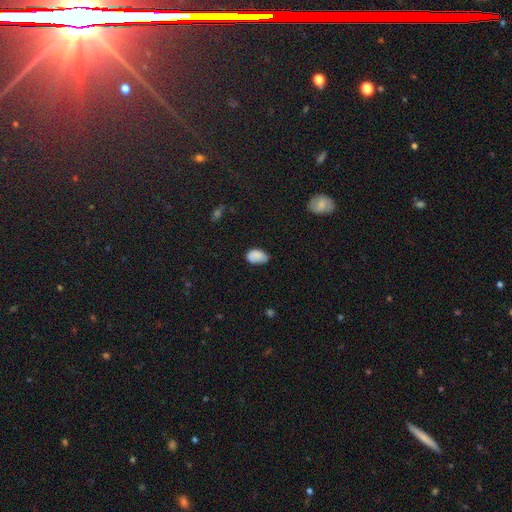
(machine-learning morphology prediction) Overall: smooth (84%). How rounded: in between (88%). Merging: none (62%; minor disturbance 30%).